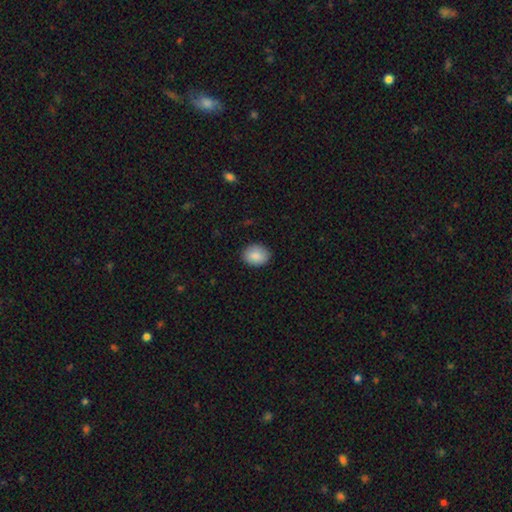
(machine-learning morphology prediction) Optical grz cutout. It shows a smooth galaxy with no disk features (87%) that is in between round and cigar-shaped (62%). Merging: none (87%).